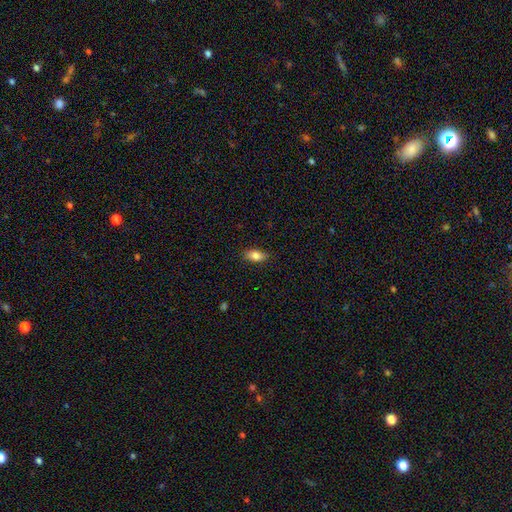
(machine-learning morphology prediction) Smooth or featured? smooth (82%)
How rounded? in between (88%)
Merging? none (87%)